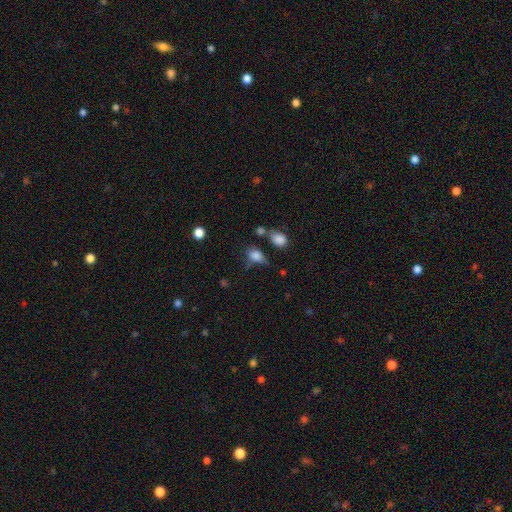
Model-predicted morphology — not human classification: Overall: smooth (80%). How rounded: in between (69%). Merging: none (47%; minor disturbance 27%).